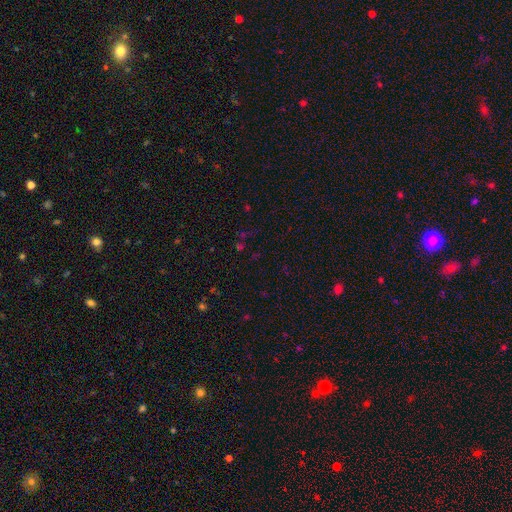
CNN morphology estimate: Smooth or featured?
  - star or artifact: 60% *
  - smooth: 31%
  - featured or disk: 9%